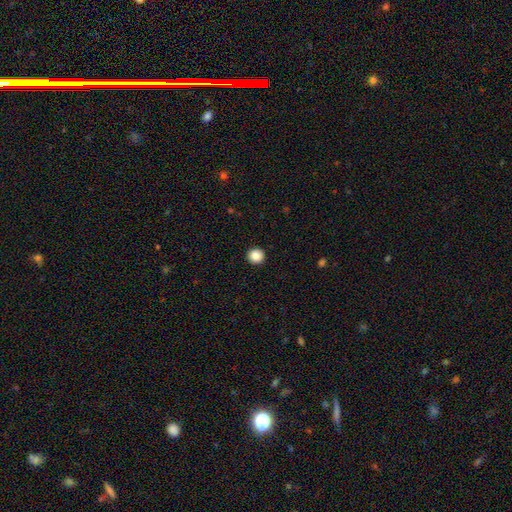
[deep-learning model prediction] Smooth or featured?
  - smooth: 88% *
  - star or artifact: 9%
  - featured or disk: 3%
How rounded?
  - round: 95% *
  - in between: 4%
  - cigar-shaped: 1%
Merging?
  - none: 93% *
  - minor disturbance: 4%
  - major disturbance: 2%
  - merger: 1%